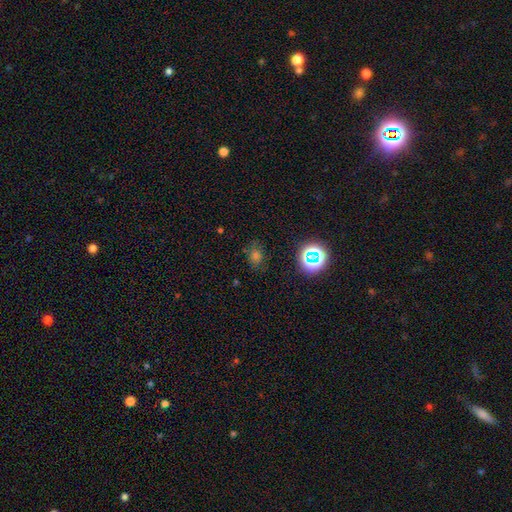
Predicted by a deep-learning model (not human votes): smooth_or_featured: smooth (p=0.61) [alt: star or artifact p=0.31]
how_rounded: round (p=0.50) [alt: in between p=0.48]
merging: none (p=0.79) [alt: minor disturbance p=0.14]